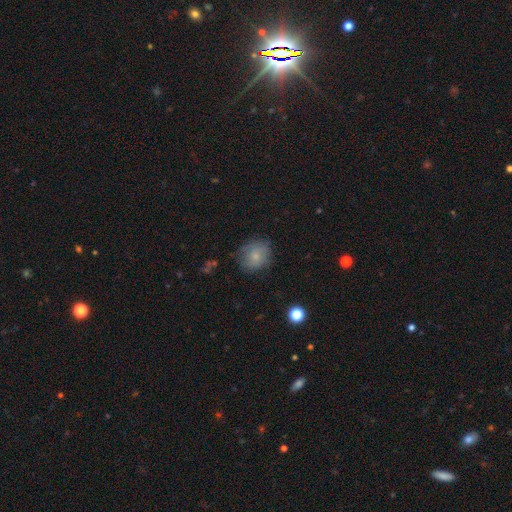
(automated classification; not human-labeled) Smooth or featured? Predicted: smooth (p=0.78). How rounded? Predicted: round (p=0.76). Merging? Predicted: none (p=0.73).